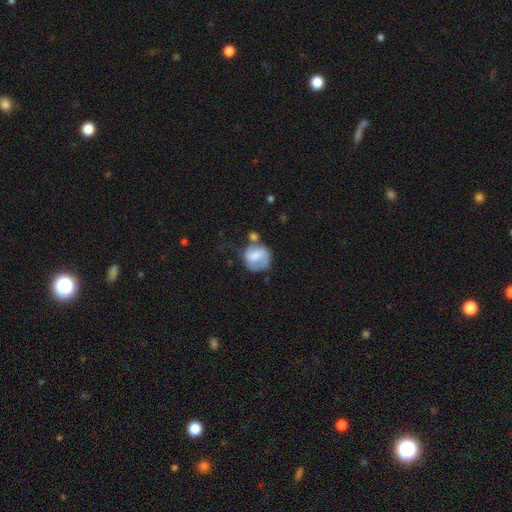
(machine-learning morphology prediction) smooth 50%, featured or disk 43%, star or artifact 7%. Down the decision tree: how rounded — round (75%); merging — none (44%).